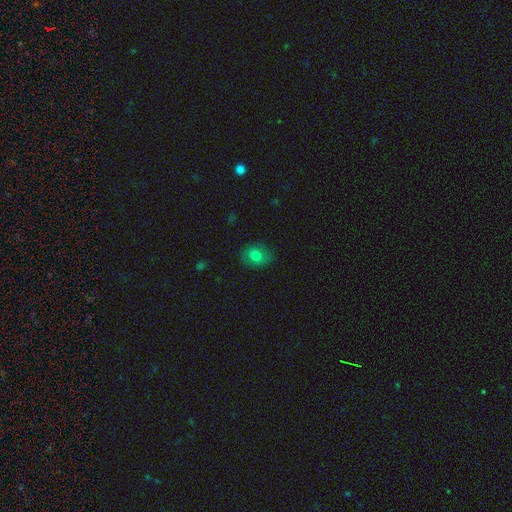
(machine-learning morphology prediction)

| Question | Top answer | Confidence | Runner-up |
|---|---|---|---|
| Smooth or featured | smooth | 75% | featured or disk (14%) |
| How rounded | round | 52% | in between (47%) |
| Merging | none | 81% | minor disturbance (15%) |